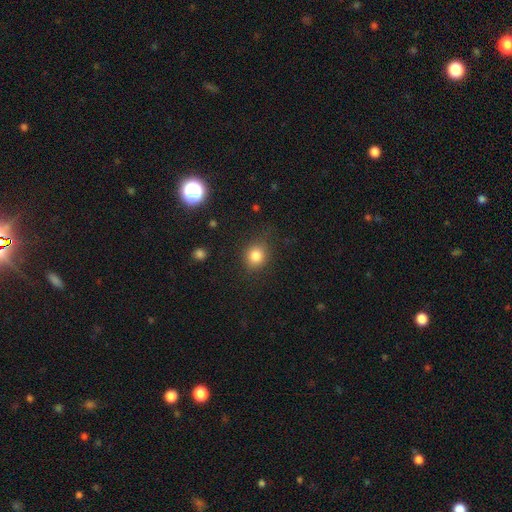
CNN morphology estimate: smooth_or_featured: smooth (p=0.83) [alt: star or artifact p=0.11]
how_rounded: round (p=0.77) [alt: in between p=0.22]
merging: none (p=0.81) [alt: minor disturbance p=0.13]